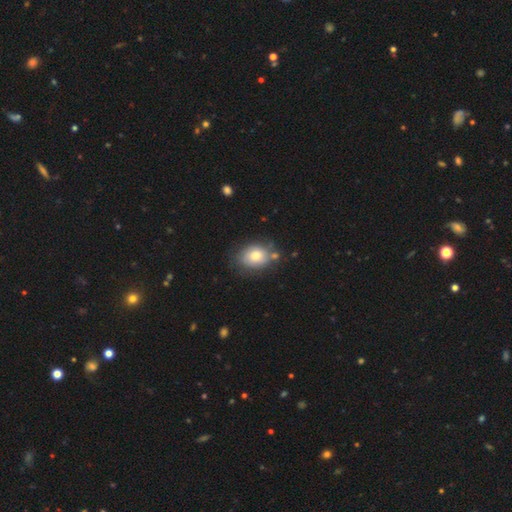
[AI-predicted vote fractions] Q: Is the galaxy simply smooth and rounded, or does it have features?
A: smooth — 76%.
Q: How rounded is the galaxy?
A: in between — 60%.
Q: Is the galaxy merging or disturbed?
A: none — 66%.